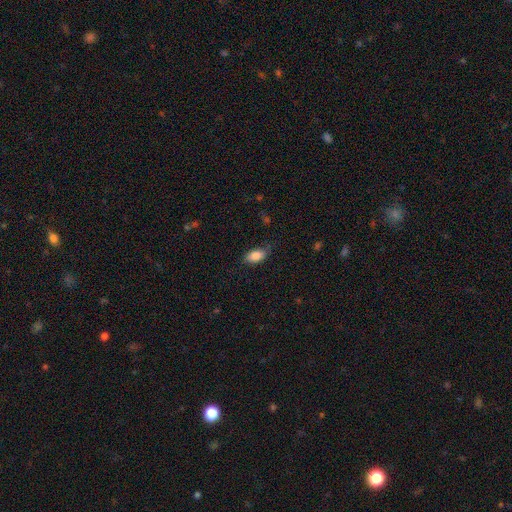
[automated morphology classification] type=smooth (84%); roundness=in between (91%); merging=none (75%).